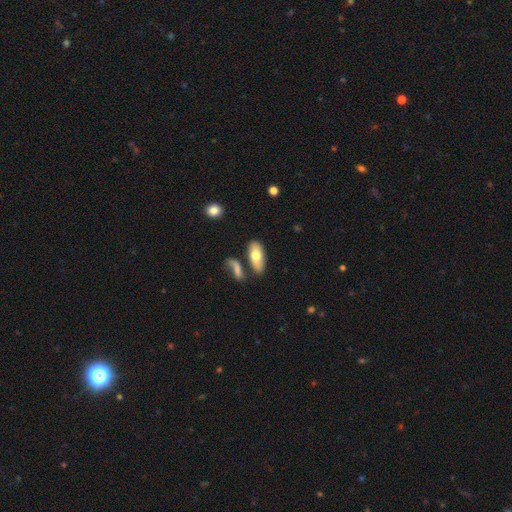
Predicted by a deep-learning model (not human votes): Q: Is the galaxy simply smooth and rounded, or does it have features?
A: smooth — 70%.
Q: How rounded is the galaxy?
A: in between — 85%.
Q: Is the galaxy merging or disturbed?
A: none — 65%.